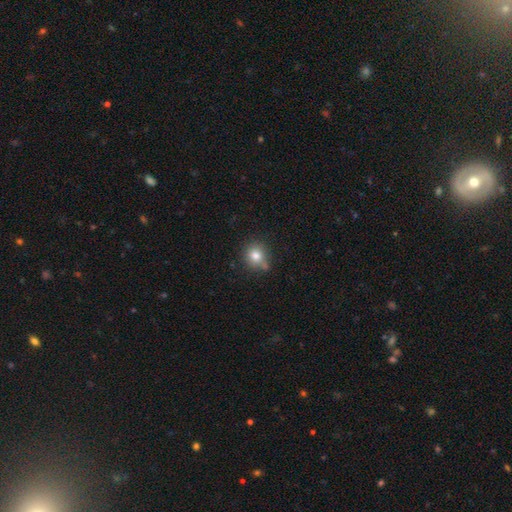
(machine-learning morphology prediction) Overall: smooth (80%). How rounded: round (83%). Merging: none (69%).